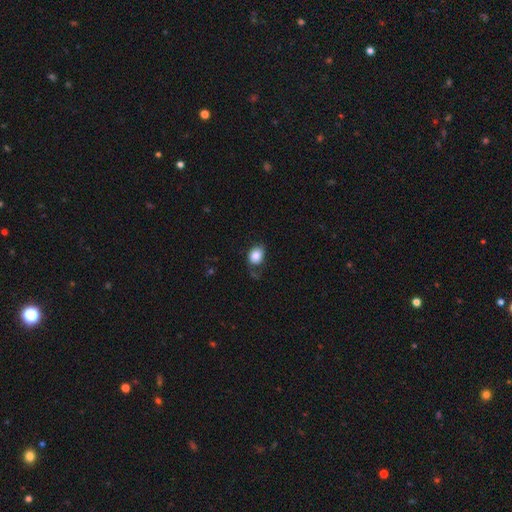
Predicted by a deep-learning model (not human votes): Overall: smooth (82%). How rounded: in between (60%; round 39%). Merging: none (58%; minor disturbance 25%).